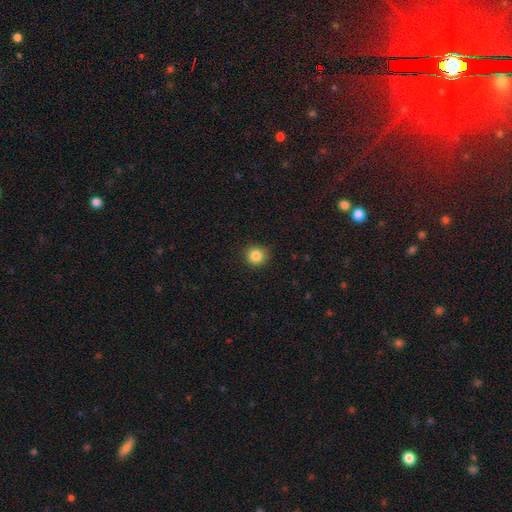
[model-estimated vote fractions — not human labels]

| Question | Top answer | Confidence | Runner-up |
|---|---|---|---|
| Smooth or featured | smooth | 86% | star or artifact (10%) |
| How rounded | round | 89% | in between (10%) |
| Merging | none | 89% | minor disturbance (8%) |